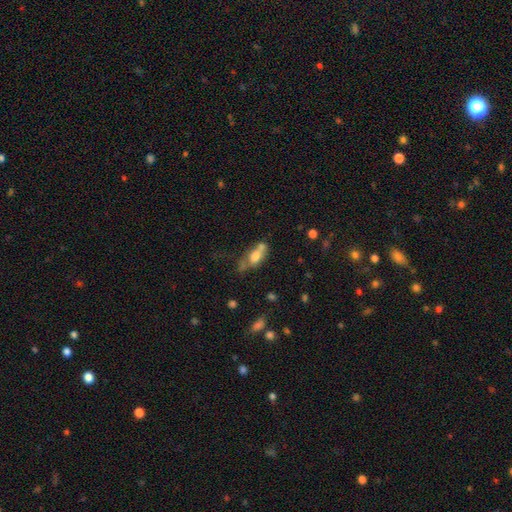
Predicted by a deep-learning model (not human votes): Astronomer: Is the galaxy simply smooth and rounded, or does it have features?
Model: smooth — 57% (runner-up: featured or disk, 32%).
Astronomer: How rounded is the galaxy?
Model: in between — 74%.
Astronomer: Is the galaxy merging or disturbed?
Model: none — 36% (runner-up: merger, 31%).